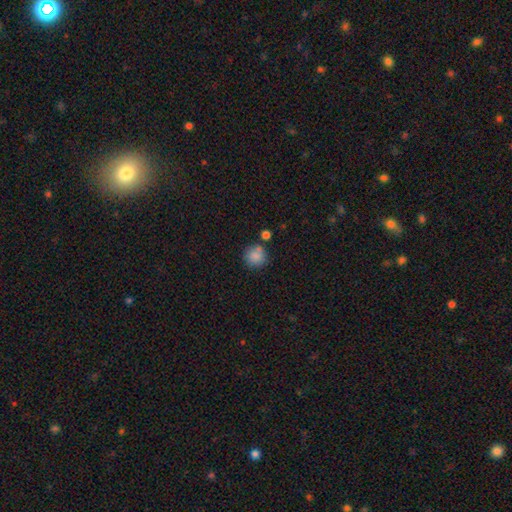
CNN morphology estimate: This appears to be a smooth galaxy with no disk features (84%) that is round (90%). Merging: none (70%).